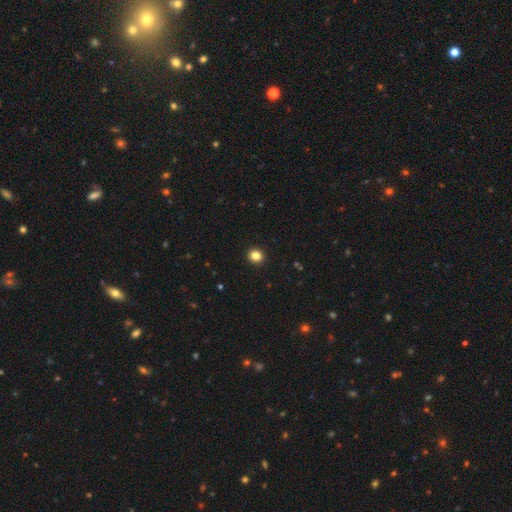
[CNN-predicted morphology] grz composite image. It shows a smooth galaxy with no disk features (84%) that is round (89%). Merging: none (93%).